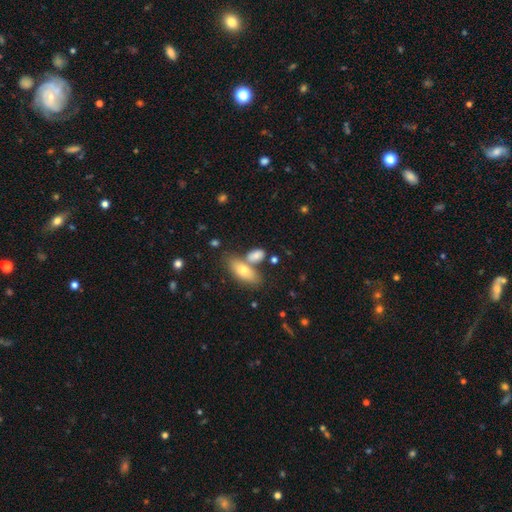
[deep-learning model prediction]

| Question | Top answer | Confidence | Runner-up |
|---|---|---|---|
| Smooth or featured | smooth | 78% | featured or disk (15%) |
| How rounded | in between | 81% | cigar-shaped (11%) |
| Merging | none | 47% | merger (37%) |